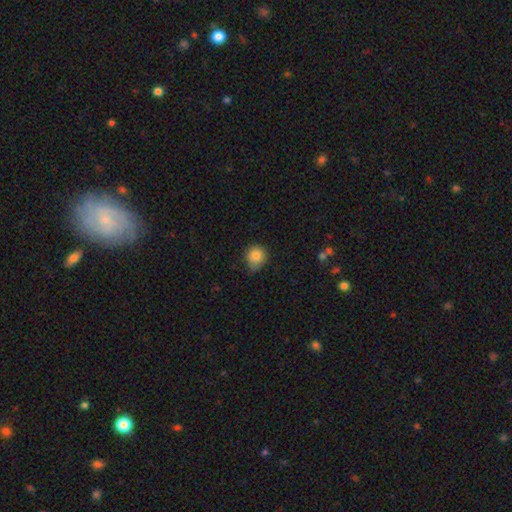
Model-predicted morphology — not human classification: smooth-or-featured: smooth: 83% | star or artifact: 10% | featured or disk: 6%
  how-rounded: round: 83% | in between: 16% | cigar-shaped: 1%
  merging: none: 60% | minor disturbance: 33% | major disturbance: 5% | merger: 2%